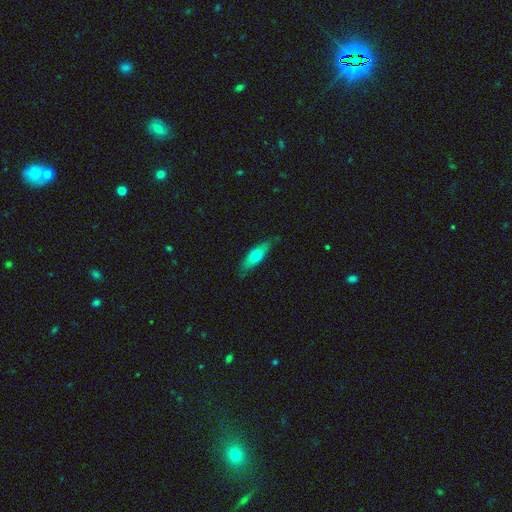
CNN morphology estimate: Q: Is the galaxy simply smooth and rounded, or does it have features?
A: smooth — 63%.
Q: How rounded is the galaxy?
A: in between — 51%.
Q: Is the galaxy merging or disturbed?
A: none — 80%.